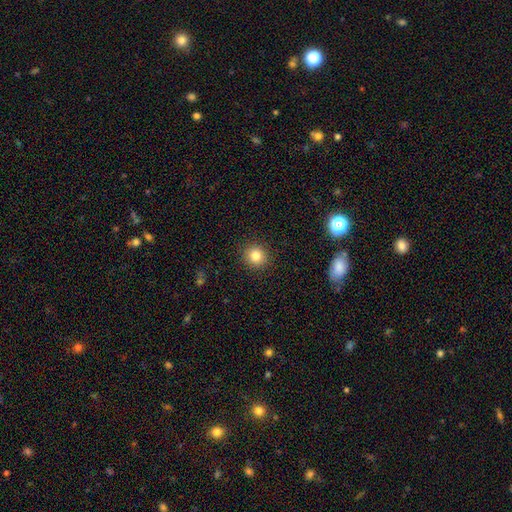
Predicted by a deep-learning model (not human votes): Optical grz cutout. It shows a smooth galaxy with no disk features (82%) that is round (90%). Merging: none (91%).